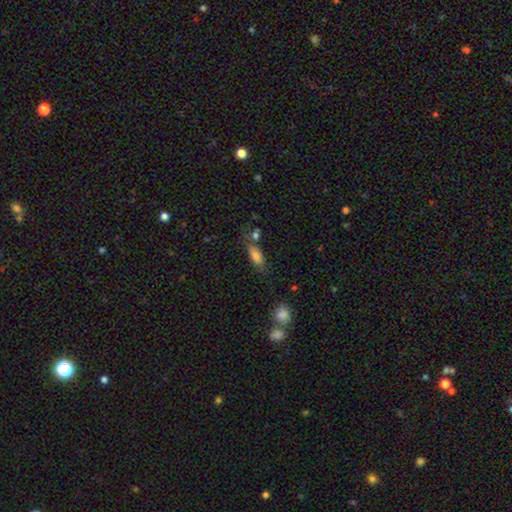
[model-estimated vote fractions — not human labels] A smooth galaxy with no disk features (79%) that is in between round and cigar-shaped (75%).

Vote fractions:
- Smooth or featured? smooth: 79% / featured or disk: 12% / star or artifact: 8%
- How rounded? in between: 75% / cigar-shaped: 22% / round: 3%
- Merging? none: 62% / minor disturbance: 19% / merger: 13% / major disturbance: 6%